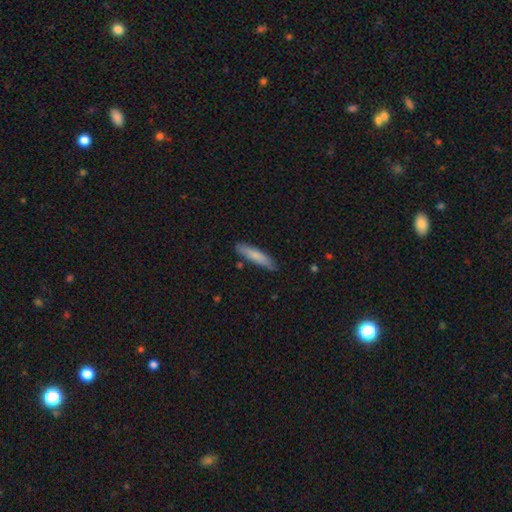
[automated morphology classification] smooth-or-featured: smooth: 75% | featured or disk: 19% | star or artifact: 6%
  how-rounded: cigar-shaped: 82% | in between: 16% | round: 1%
  merging: none: 82% | minor disturbance: 14% | major disturbance: 2% | merger: 2%